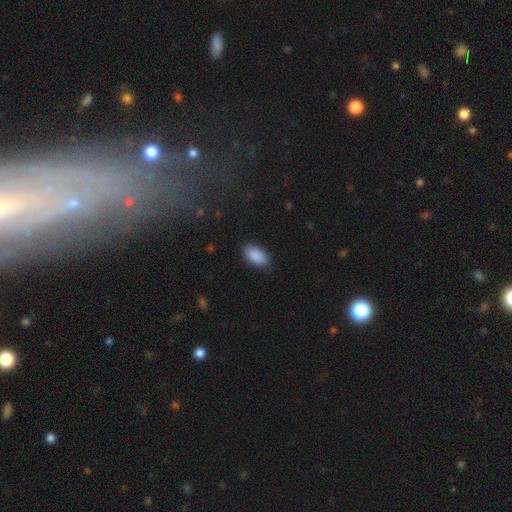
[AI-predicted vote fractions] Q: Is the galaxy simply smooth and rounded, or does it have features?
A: smooth — 90%.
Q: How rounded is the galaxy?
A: in between — 94%.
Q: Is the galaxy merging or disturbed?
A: none — 85%.